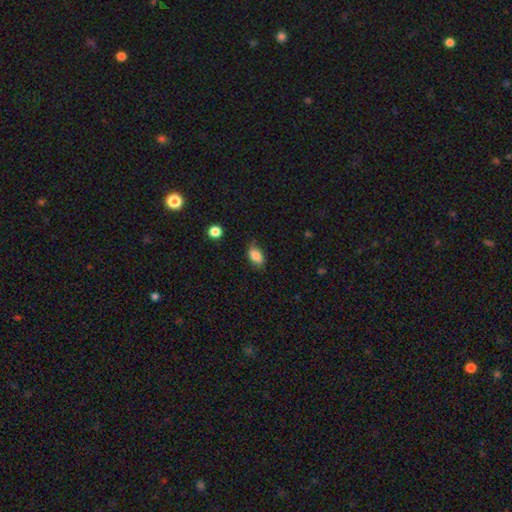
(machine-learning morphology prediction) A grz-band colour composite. It shows a smooth galaxy with no disk features (84%) that is in between round and cigar-shaped (89%). Merging: none (66%).